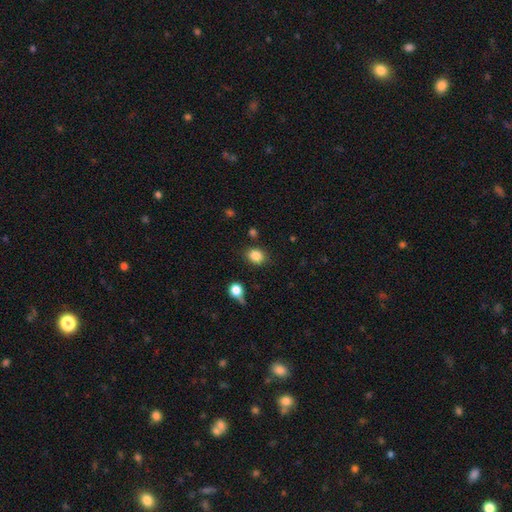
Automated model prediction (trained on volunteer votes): smooth_or_featured: smooth (p=0.85) [alt: star or artifact p=0.10]
how_rounded: round (p=0.52) [alt: in between p=0.47]
merging: none (p=0.83) [alt: minor disturbance p=0.10]